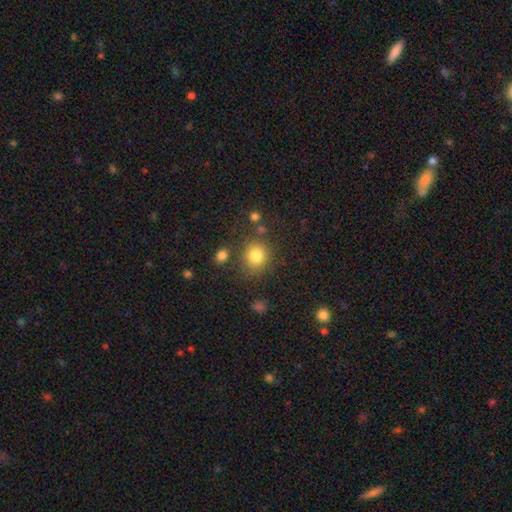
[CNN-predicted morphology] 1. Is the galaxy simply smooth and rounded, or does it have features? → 82% smooth, 12% star or artifact, 7% featured or disk.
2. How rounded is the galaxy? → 83% round, 16% in between, 1% cigar-shaped.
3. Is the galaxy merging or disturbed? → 78% none, 11% minor disturbance, 6% merger, 4% major disturbance.